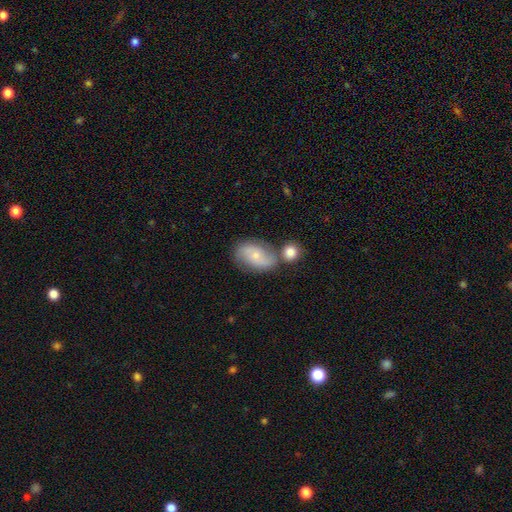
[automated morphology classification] Smooth or featured? Predicted: featured or disk (p=0.52). Edge-on disk? Predicted: no (p=0.95). Merging? Predicted: none (p=0.53).